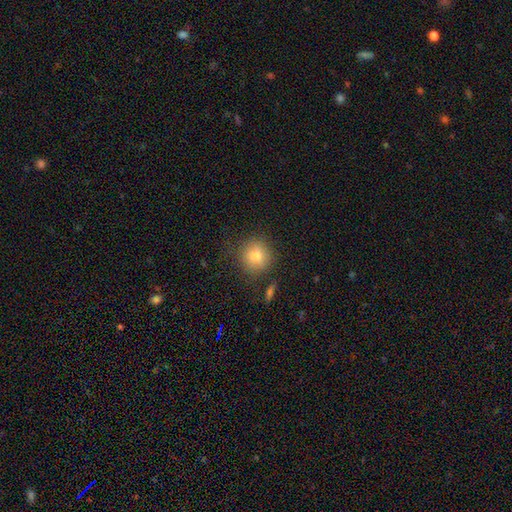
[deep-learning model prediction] Overall: smooth (81%). How rounded: round (88%). Merging: none (82%).